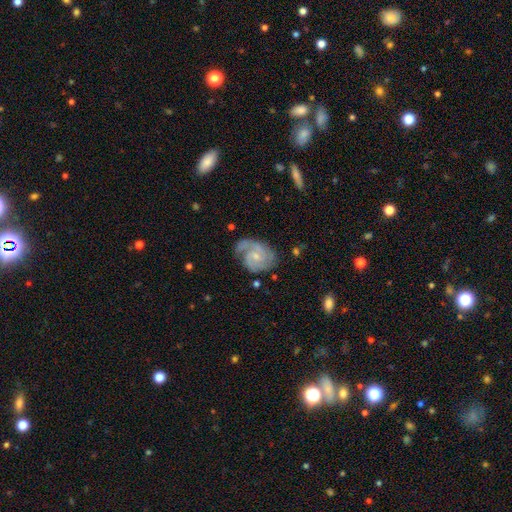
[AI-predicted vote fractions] featured or disk 85%, smooth 10%, star or artifact 5%. Down the decision tree: edge-on disk — no (98%); bar — no (59%); spiral arms — yes (97%); spiral arm count — 2 (56%); spiral winding — tight (48%); bulge size — small (67%); merging — none (65%).